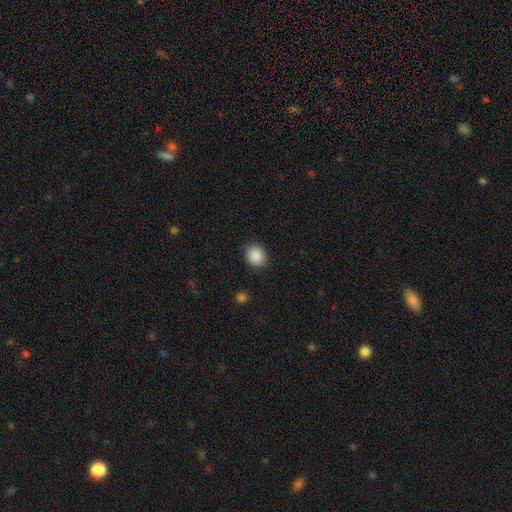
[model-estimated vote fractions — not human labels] This appears to be a smooth galaxy with no disk features (89%) that is round (67%). Merging: none (89%).